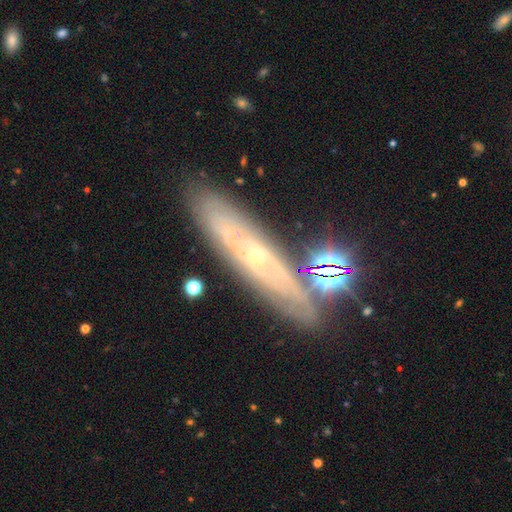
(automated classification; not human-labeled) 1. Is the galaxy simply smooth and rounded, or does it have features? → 66% featured or disk, 19% smooth, 15% star or artifact.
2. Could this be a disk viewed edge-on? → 52% yes, 48% no.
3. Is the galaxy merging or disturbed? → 79% none, 13% minor disturbance, 4% major disturbance, 4% merger.